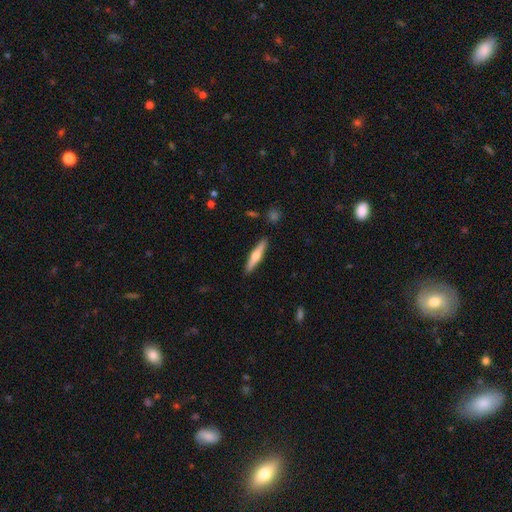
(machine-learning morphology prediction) A featured or disk galaxy (54%) viewed edge-on (96%) with a rounded central bulge (92%). Merging: none (90%).